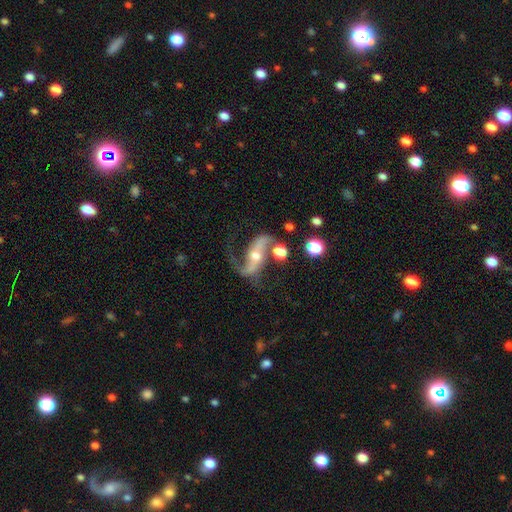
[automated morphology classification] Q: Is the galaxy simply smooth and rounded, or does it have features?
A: featured or disk — 87%.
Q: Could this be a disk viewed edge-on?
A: no — 94%.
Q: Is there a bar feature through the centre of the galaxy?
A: strong — 39%.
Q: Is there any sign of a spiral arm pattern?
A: yes — 96%.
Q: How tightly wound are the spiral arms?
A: loose — 71%.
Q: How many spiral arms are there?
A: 2 — 90%.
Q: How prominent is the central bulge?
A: moderate — 56%.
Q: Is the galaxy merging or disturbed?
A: none — 60%.